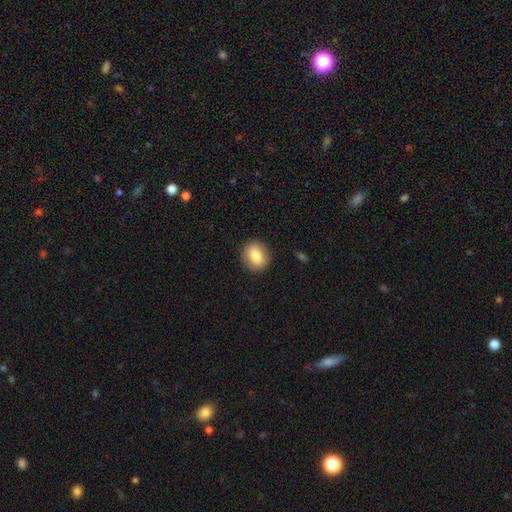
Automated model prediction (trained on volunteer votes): smooth 82%, featured or disk 10%, star or artifact 8%. Down the decision tree: how rounded — round (72%); merging — none (89%).